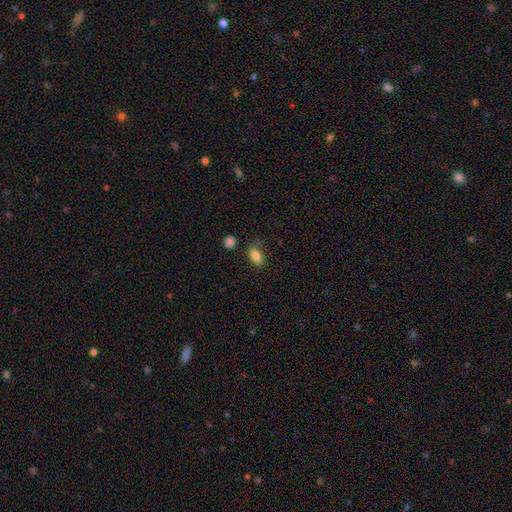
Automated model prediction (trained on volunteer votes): smooth_or_featured: smooth (p=0.84) [alt: star or artifact p=0.09]
how_rounded: in between (p=0.88) [alt: round p=0.09]
merging: none (p=0.71) [alt: minor disturbance p=0.20]